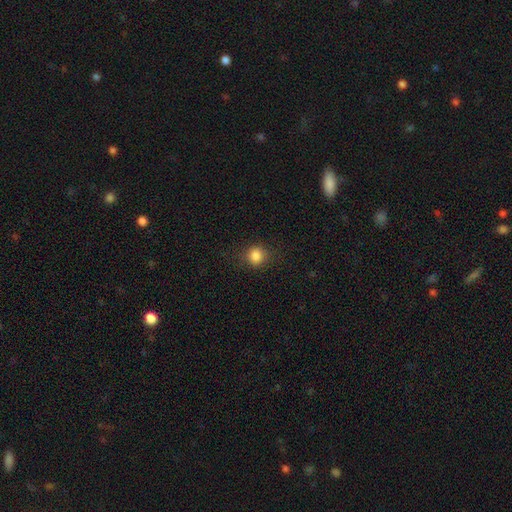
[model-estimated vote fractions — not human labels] Smooth or featured: smooth — 84% (star or artifact — 11%)
How rounded: round — 86% (in between — 13%)
Merging: none — 85% (minor disturbance — 10%)